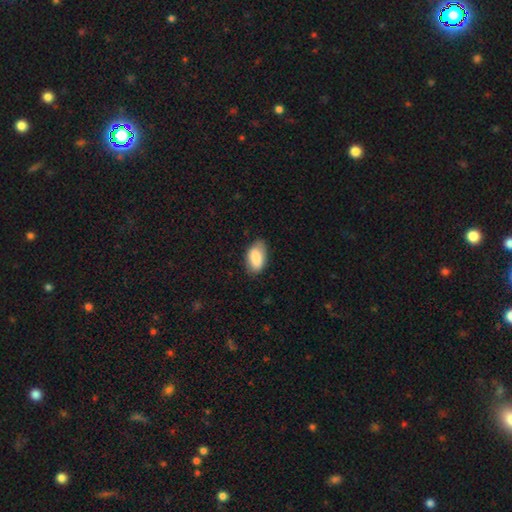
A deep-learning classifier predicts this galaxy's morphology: This is clearly a smooth galaxy (85%). How rounded: clearly in between (94%). Merging: likely none (76%).